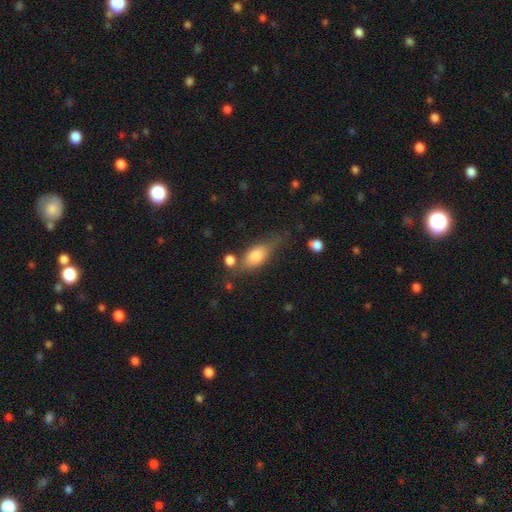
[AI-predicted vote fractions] This is likely a smooth galaxy (73%). How rounded: likely in between (75%). Merging: possibly none (51%).